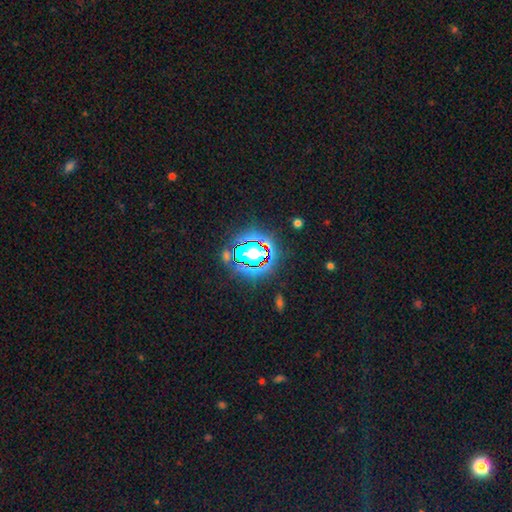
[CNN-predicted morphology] smooth_or_featured: star or artifact (p=0.72) [alt: smooth p=0.16]